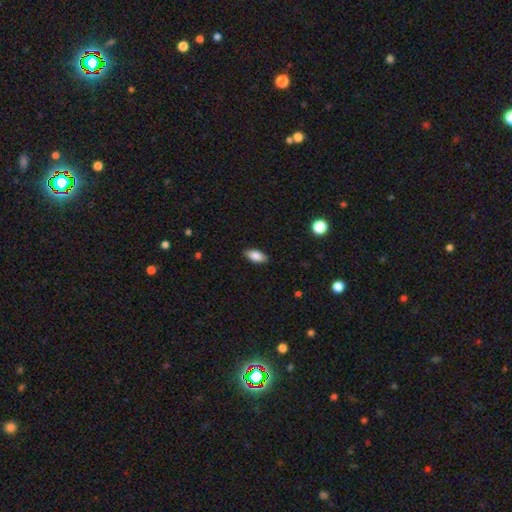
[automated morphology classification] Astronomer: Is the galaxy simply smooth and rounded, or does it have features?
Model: smooth — 83%.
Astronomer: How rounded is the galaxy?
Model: in between — 89%.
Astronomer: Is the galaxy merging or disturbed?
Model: none — 88%.